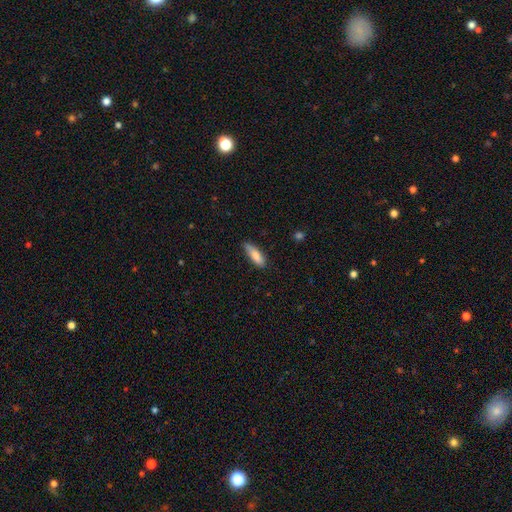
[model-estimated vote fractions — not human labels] Smooth or featured?
  - smooth: 82% *
  - featured or disk: 12%
  - star or artifact: 6%
How rounded?
  - in between: 50% *
  - cigar-shaped: 48%
  - round: 2%
Merging?
  - none: 76% *
  - minor disturbance: 20%
  - major disturbance: 3%
  - merger: 1%